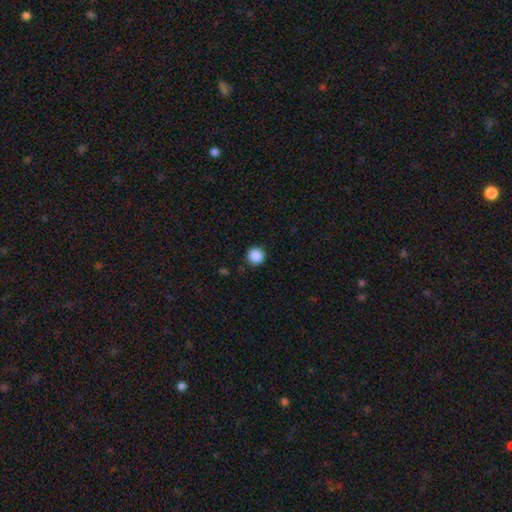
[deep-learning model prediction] Q: Smooth or featured?
A: smooth (88%); runner-up: star or artifact (9%)
Q: How rounded?
A: round (95%); runner-up: in between (4%)
Q: Merging?
A: none (91%); runner-up: minor disturbance (6%)